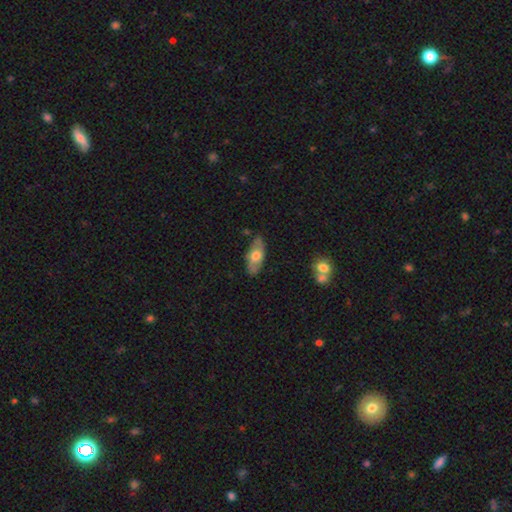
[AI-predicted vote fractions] A smooth galaxy with no disk features (54%) that is in between round and cigar-shaped (82%).

Vote fractions:
- Smooth or featured? smooth: 54% / featured or disk: 40% / star or artifact: 6%
- How rounded? in between: 82% / cigar-shaped: 14% / round: 3%
- Merging? none: 77% / minor disturbance: 18% / major disturbance: 3% / merger: 2%